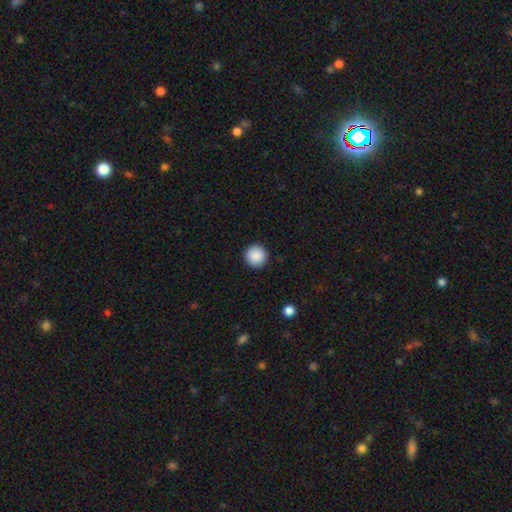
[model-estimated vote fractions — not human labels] Smooth or featured? smooth (89%)
How rounded? round (96%)
Merging? none (93%)